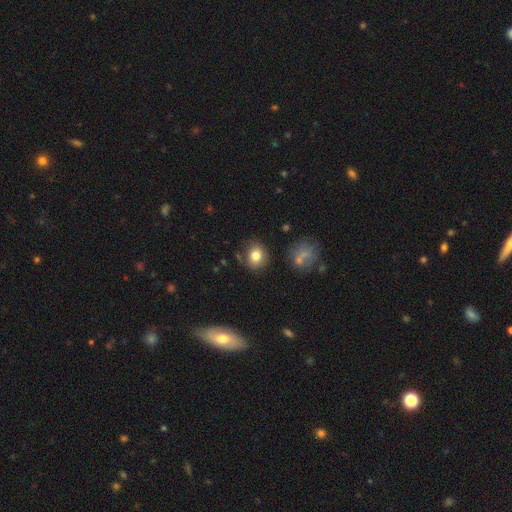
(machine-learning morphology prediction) A smooth galaxy with no disk features (80%) that is round (72%). Merging: none (79%).